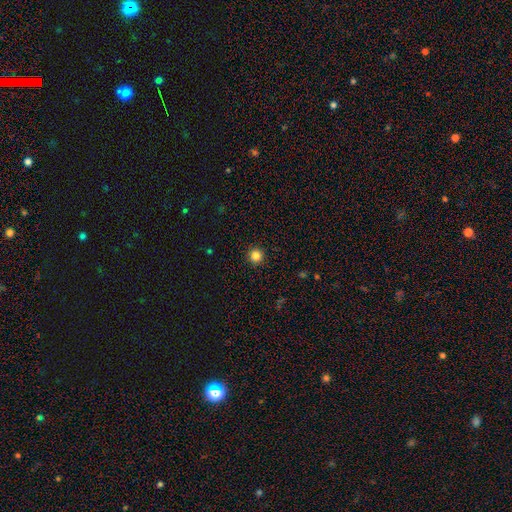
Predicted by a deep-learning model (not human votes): A smooth galaxy with no disk features (84%) that is round (96%). Merging: none (93%).